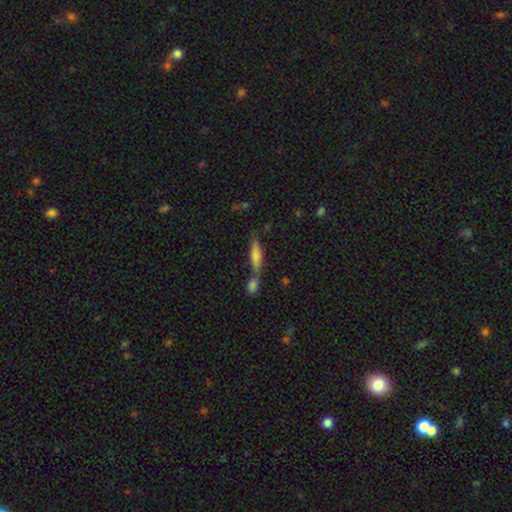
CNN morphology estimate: type=smooth (59%); roundness=cigar-shaped (64%); merging=merger (44%).